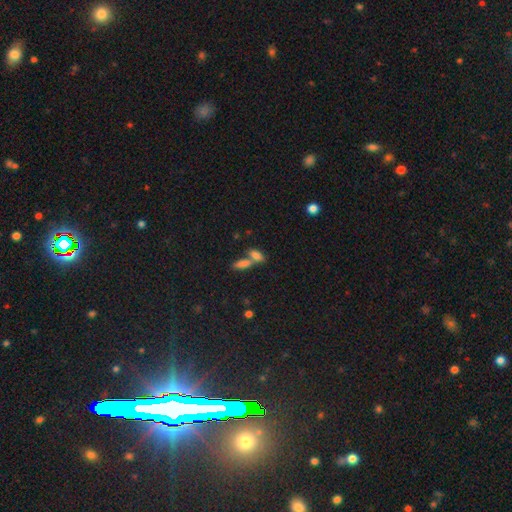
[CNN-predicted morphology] Q: Smooth or featured?
A: smooth (78%); runner-up: featured or disk (11%)
Q: How rounded?
A: in between (79%); runner-up: cigar-shaped (16%)
Q: Merging?
A: merger (53%); runner-up: none (36%)